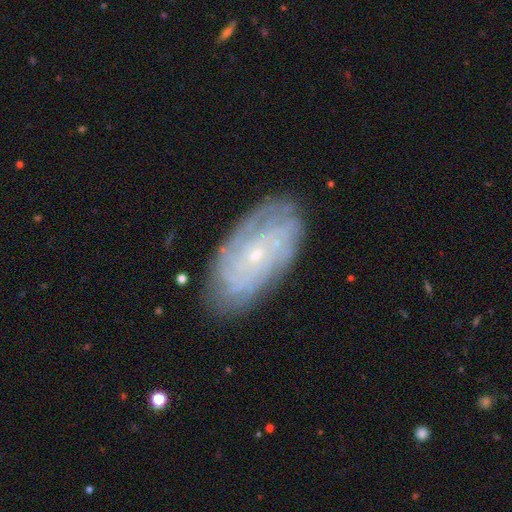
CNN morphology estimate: This appears to be a featured or disk galaxy (80%) with no bar (78%), tight (75%) spiral arms (92%) and a small central bulge (85%). Merging: none (81%).